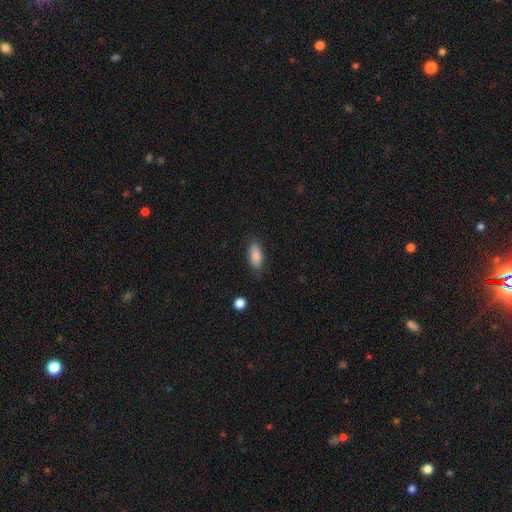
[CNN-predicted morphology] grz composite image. It shows a smooth galaxy with no disk features (84%) that is in between round and cigar-shaped (82%). Merging: none (80%).